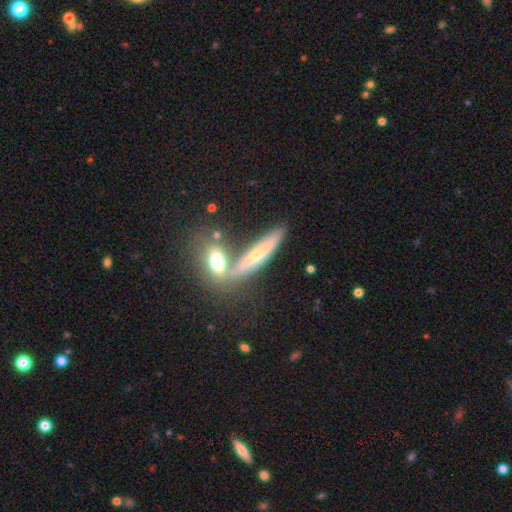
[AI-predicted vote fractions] Smooth or featured? Predicted: smooth (p=0.45, tied with featured or disk). Merging? Predicted: none (p=0.56).